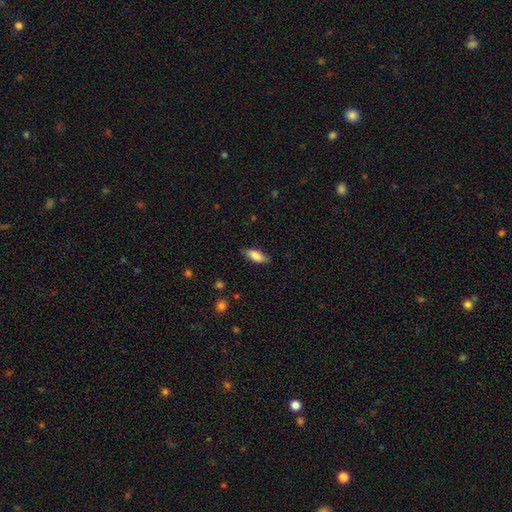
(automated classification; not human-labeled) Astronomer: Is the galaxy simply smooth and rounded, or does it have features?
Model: smooth — 83%.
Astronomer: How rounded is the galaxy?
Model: in between — 72%.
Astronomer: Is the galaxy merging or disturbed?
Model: none — 82%.